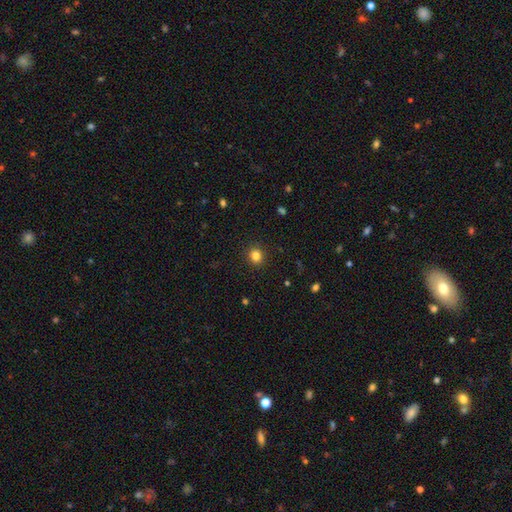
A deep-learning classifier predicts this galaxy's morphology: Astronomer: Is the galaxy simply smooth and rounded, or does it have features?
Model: smooth — 83%.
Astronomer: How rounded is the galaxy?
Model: round — 83%.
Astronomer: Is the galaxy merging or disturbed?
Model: none — 91%.